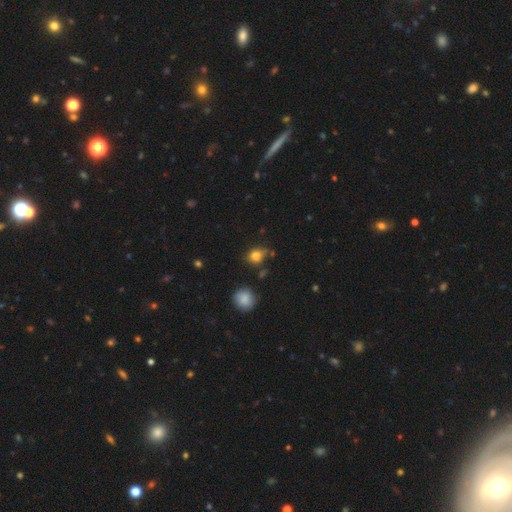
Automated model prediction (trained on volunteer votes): The model was most divided on "how rounded": round: 67%, in between: 31%, cigar-shaped: 1%. More confident: smooth or featured — smooth (80%); merging — none (67%).